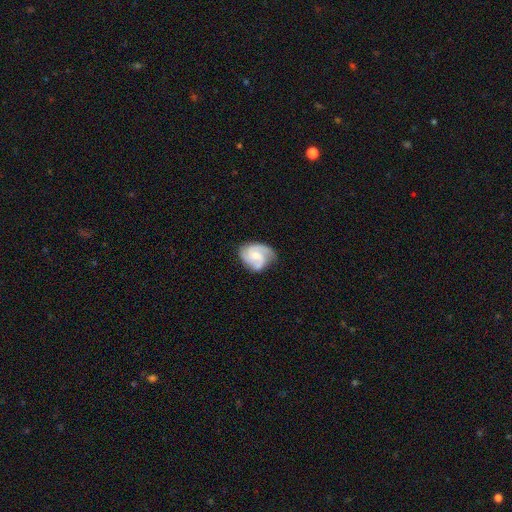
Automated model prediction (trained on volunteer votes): This appears to be a featured or disk galaxy (80%) with no bar (62%), 3 (54%) medium (49%) spiral arms (97%) and a moderate central bulge (43%). Merging: none (68%).